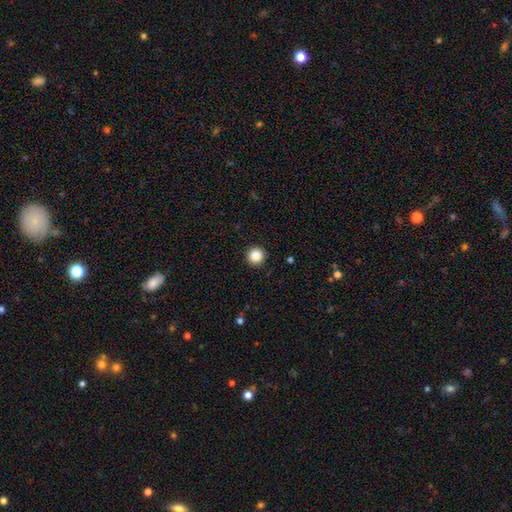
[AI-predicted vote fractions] This appears to be a smooth galaxy with no disk features (87%) that is round (96%). Merging: none (92%).